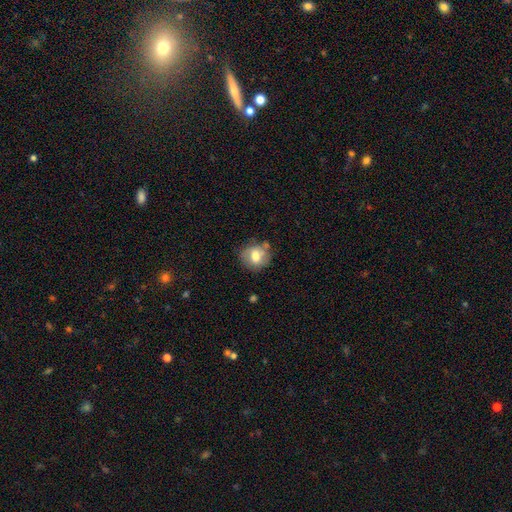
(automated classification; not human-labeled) smooth_or_featured: smooth (p=0.66) [alt: featured or disk p=0.25]
how_rounded: round (p=0.75) [alt: in between p=0.24]
merging: none (p=0.66) [alt: minor disturbance p=0.21]